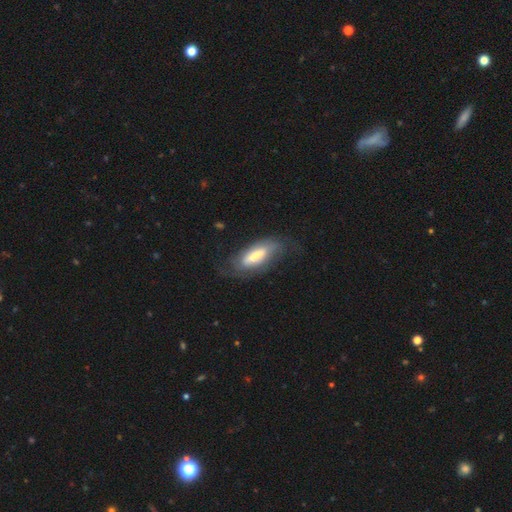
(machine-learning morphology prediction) Q: Smooth or featured?
A: featured or disk (49%); runner-up: smooth (44%)
Q: Merging?
A: none (64%); runner-up: minor disturbance (22%)